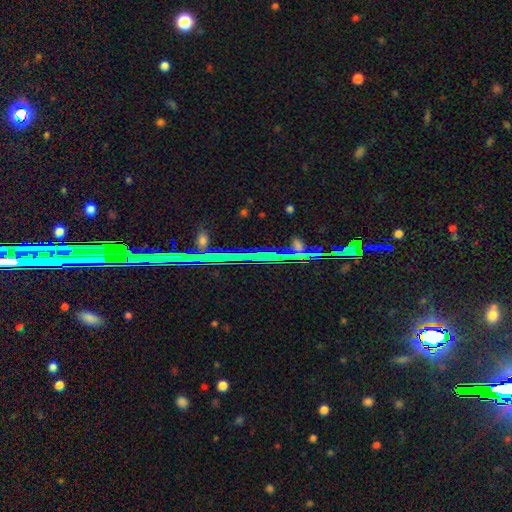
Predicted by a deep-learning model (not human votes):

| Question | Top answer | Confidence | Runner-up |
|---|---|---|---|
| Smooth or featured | star or artifact | 76% | featured or disk (14%) |